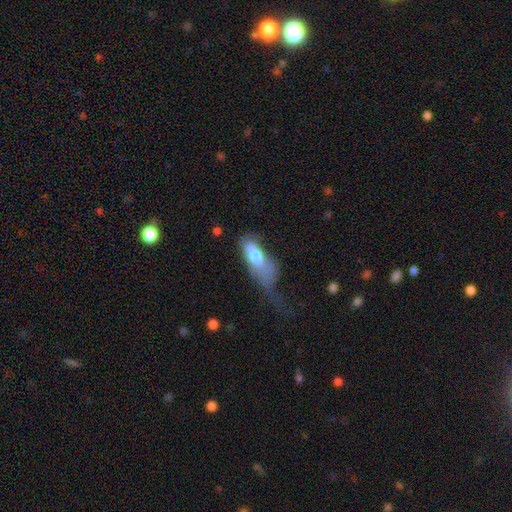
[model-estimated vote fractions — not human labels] Smooth or featured? Predicted: smooth (p=0.68). How rounded? Predicted: in between (p=0.77). Merging? Predicted: major disturbance (p=0.49).